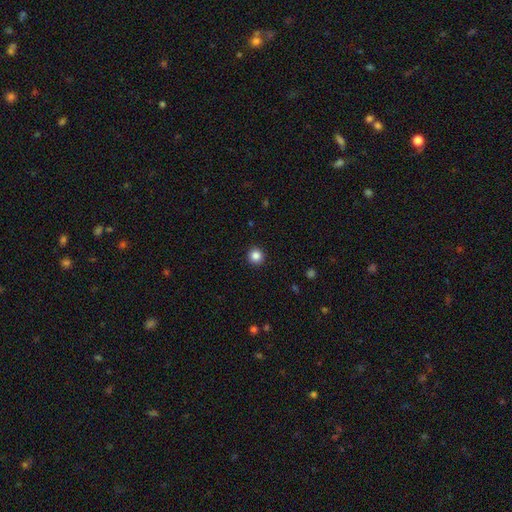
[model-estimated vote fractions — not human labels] smooth_or_featured: smooth (p=0.86) [alt: star or artifact p=0.11]
how_rounded: round (p=0.96) [alt: in between p=0.03]
merging: none (p=0.93) [alt: minor disturbance p=0.04]